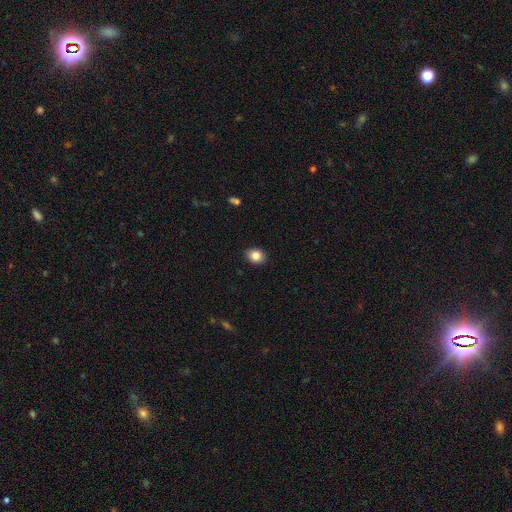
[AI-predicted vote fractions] Smooth or featured? smooth (85%)
How rounded? in between (52%)
Merging? none (89%)